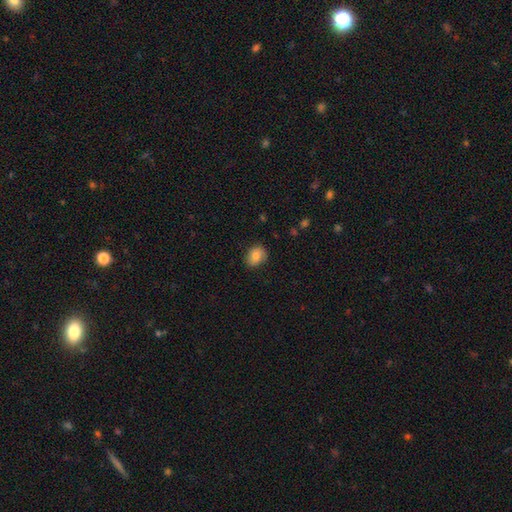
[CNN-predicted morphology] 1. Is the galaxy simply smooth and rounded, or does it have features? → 79% smooth, 12% featured or disk, 8% star or artifact.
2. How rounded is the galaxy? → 50% in between, 49% round, 1% cigar-shaped.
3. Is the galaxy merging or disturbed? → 77% none, 18% minor disturbance, 4% major disturbance, 1% merger.